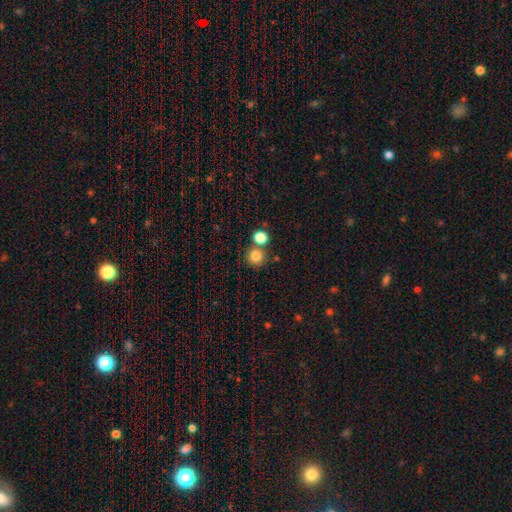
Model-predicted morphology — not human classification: This appears to be a smooth galaxy with no disk features (82%) that is round (92%). Merging: none (68%).